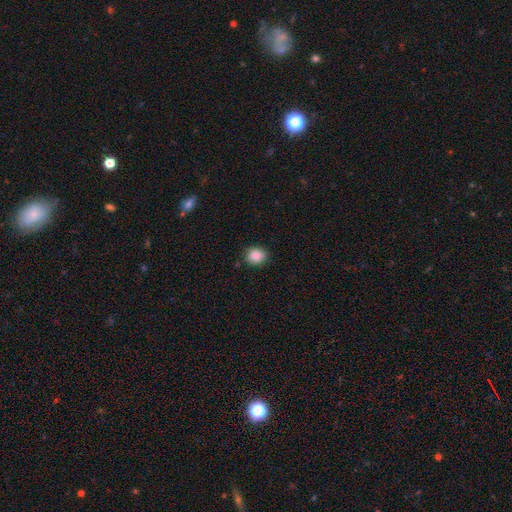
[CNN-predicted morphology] Q: Smooth or featured?
A: smooth (87%); runner-up: star or artifact (9%)
Q: How rounded?
A: round (70%); runner-up: in between (29%)
Q: Merging?
A: none (85%); runner-up: minor disturbance (11%)